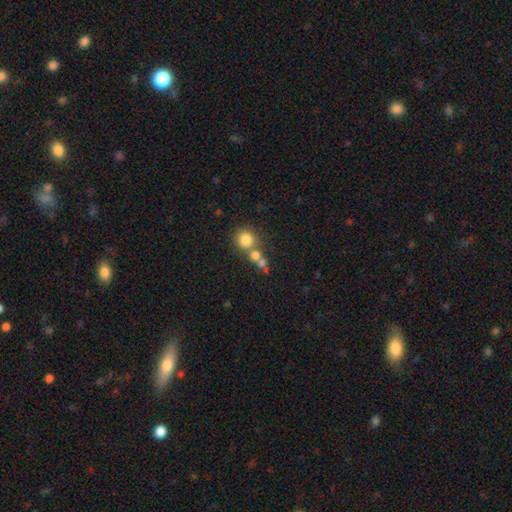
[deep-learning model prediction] A smooth galaxy with no disk features (74%) that is round (84%). Merging: merger (46%).